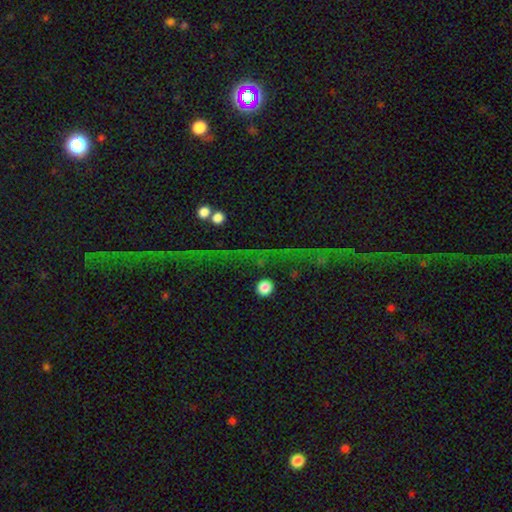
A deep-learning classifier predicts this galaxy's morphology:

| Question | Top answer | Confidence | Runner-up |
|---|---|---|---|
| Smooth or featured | star or artifact | 78% | featured or disk (13%) |